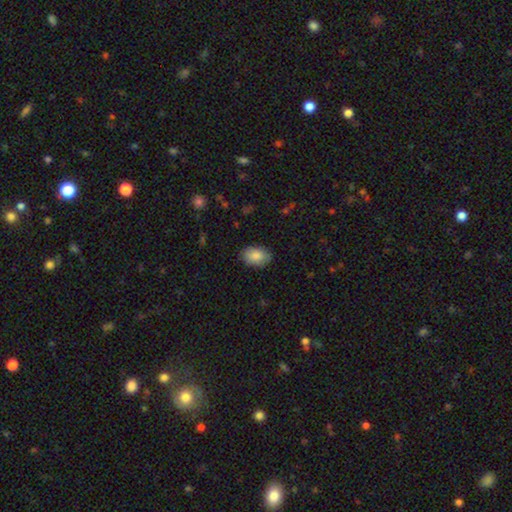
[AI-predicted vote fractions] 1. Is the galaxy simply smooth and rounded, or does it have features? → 87% smooth, 7% featured or disk, 6% star or artifact.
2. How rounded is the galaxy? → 89% in between, 10% round, 1% cigar-shaped.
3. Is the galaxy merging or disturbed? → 85% none, 11% minor disturbance, 2% major disturbance, 1% merger.